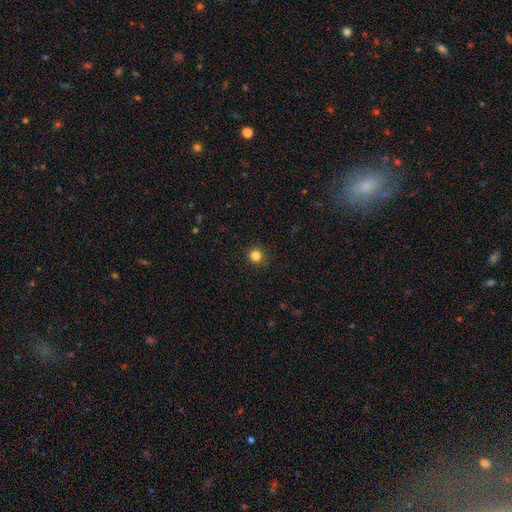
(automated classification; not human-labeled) Smooth or featured? Predicted: smooth (p=0.83). How rounded? Predicted: round (p=0.93). Merging? Predicted: none (p=0.91).